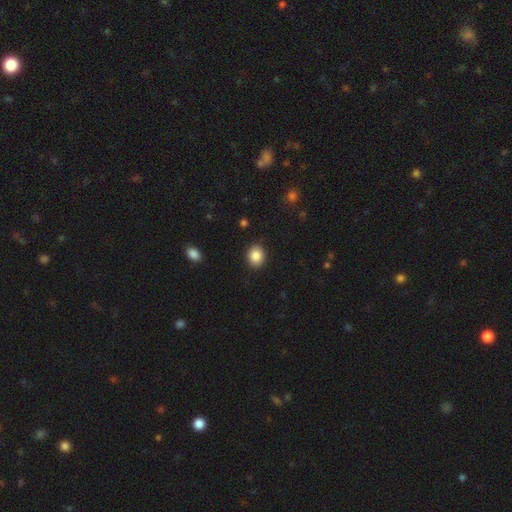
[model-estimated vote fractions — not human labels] Smooth or featured? smooth (87%)
How rounded? round (58%)
Merging? none (89%)